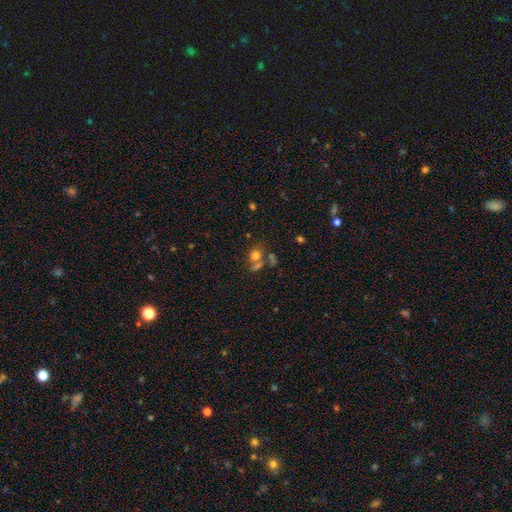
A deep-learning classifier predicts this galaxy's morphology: A smooth galaxy with no disk features (70%) that is round (63%). Merging: none (47%).